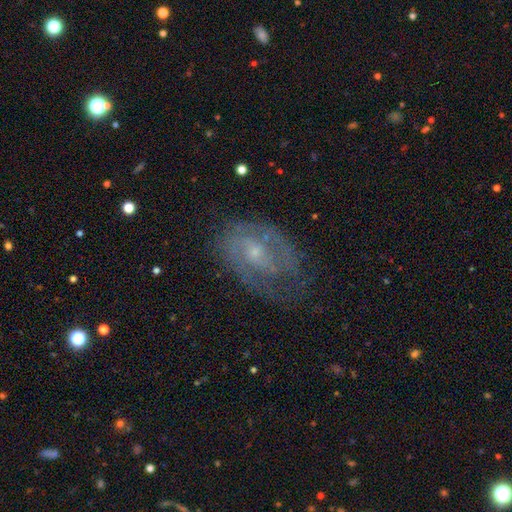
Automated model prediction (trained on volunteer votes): This appears to be a featured or disk galaxy (71%) with no bar (51%), 2 (43%) tight (47%) spiral arms (84%) and a small central bulge (63%). Merging: none (65%).